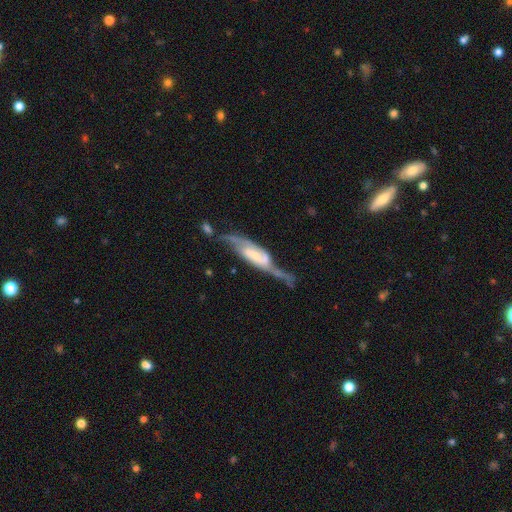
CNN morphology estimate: type=featured or disk (83%); edge-on=no (83%); bar=weak (40%); spiral arms=yes (93%); winding=loose (42%); arm count=2 (88%); bulge=small (42%); merging=none (44%).